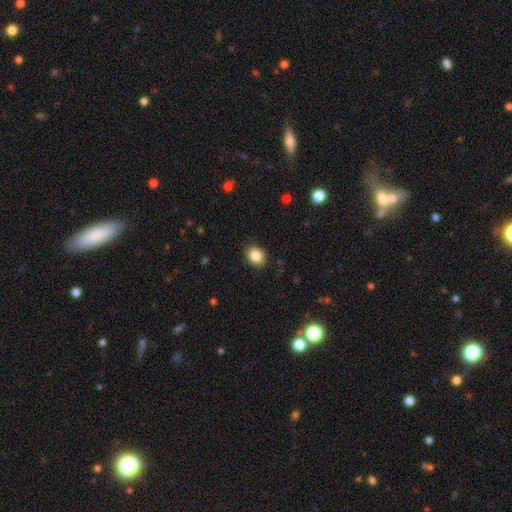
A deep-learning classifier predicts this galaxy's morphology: Q: Smooth or featured?
A: smooth (84%); runner-up: star or artifact (9%)
Q: How rounded?
A: round (55%); runner-up: in between (44%)
Q: Merging?
A: none (87%); runner-up: minor disturbance (9%)